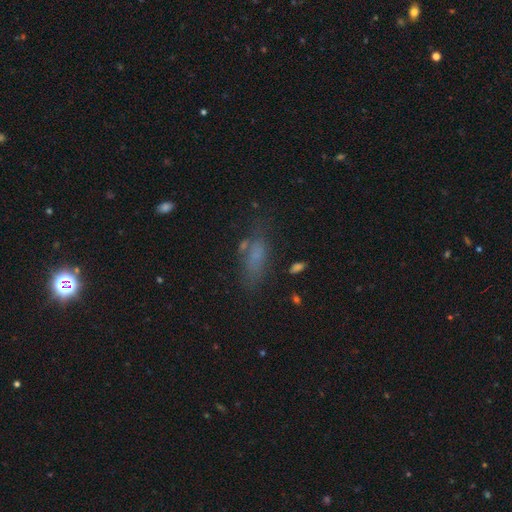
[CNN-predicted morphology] Smooth or featured? smooth (66%)
How rounded? in between (66%)
Merging? none (59%)